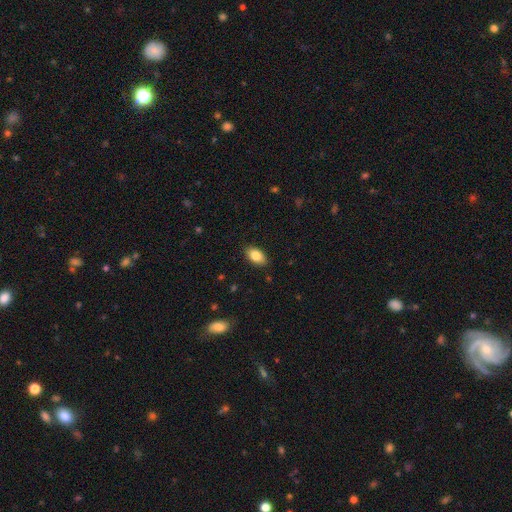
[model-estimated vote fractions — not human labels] A smooth galaxy with no disk features (85%) that is in between round and cigar-shaped (92%).

Vote fractions:
- Smooth or featured? smooth: 85% / featured or disk: 8% / star or artifact: 7%
- How rounded? in between: 92% / round: 5% / cigar-shaped: 3%
- Merging? none: 87% / minor disturbance: 9% / major disturbance: 2% / merger: 1%